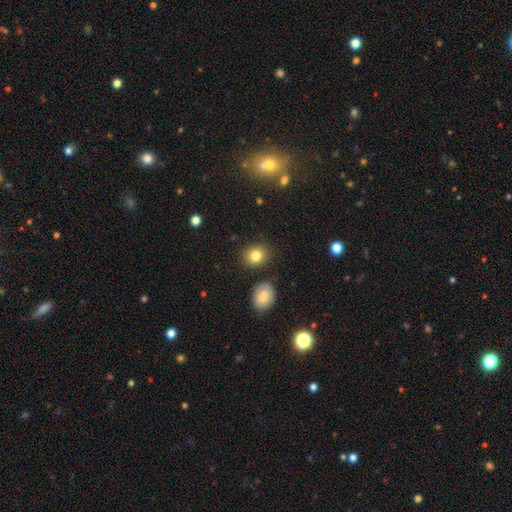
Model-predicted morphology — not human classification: The model was most divided on "how rounded": round: 69%, in between: 30%, cigar-shaped: 1%. More confident: merging — none (86%); smooth or featured — smooth (82%).